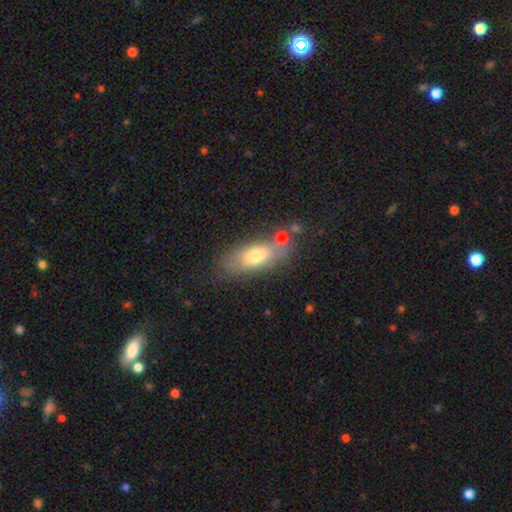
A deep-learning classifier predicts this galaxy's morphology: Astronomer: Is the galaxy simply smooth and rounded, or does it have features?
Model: smooth — 67%.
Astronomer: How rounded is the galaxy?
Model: in between — 73%.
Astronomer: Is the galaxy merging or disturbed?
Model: none — 62%.